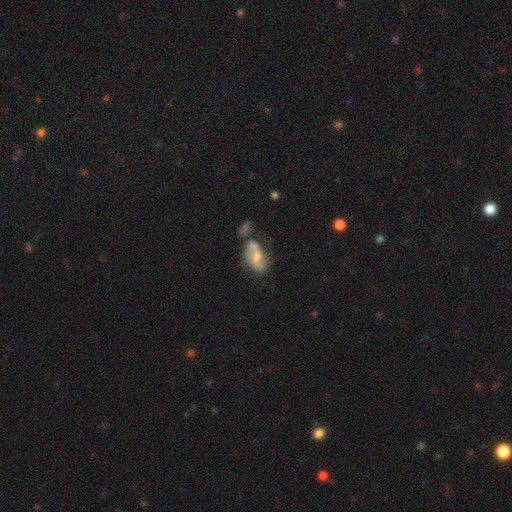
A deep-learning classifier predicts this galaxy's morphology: smooth-or-featured: featured or disk: 45% (tied) | smooth: 45% (tied) | star or artifact: 10%
  merging: merger: 41% | none: 29% | minor disturbance: 18% | major disturbance: 11%